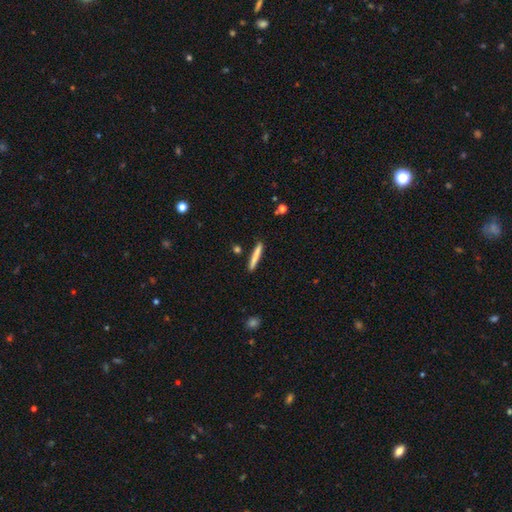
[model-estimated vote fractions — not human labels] smooth 77%, featured or disk 17%, star or artifact 6%. Down the decision tree: how rounded — cigar-shaped (95%); merging — none (89%).